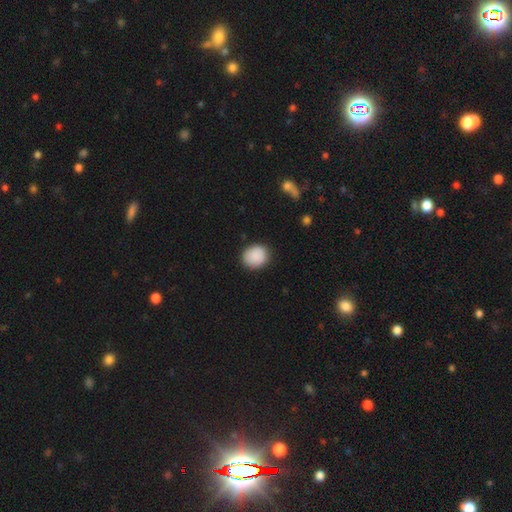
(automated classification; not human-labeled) A smooth galaxy with no disk features (89%) that is round (73%).

Vote fractions:
- Smooth or featured? smooth: 89% / star or artifact: 7% / featured or disk: 4%
- How rounded? round: 73% / in between: 26% / cigar-shaped: 1%
- Merging? none: 85% / minor disturbance: 11% / major disturbance: 3% / merger: 1%